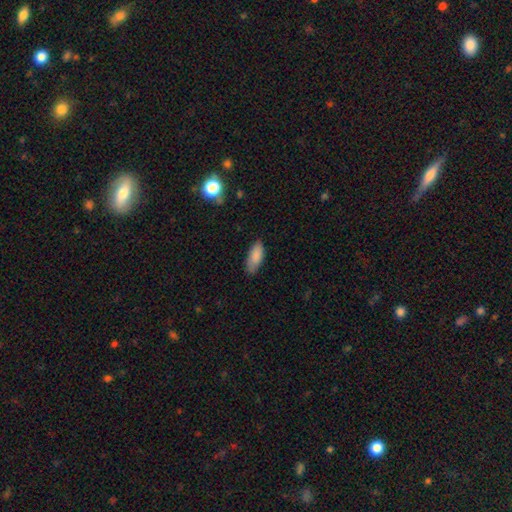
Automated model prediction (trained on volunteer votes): A smooth galaxy with no disk features (87%) that is in between round and cigar-shaped (81%).

Vote fractions:
- Smooth or featured? smooth: 87% / star or artifact: 7% / featured or disk: 6%
- How rounded? in between: 81% / cigar-shaped: 17% / round: 2%
- Merging? none: 79% / minor disturbance: 17% / major disturbance: 3% / merger: 1%